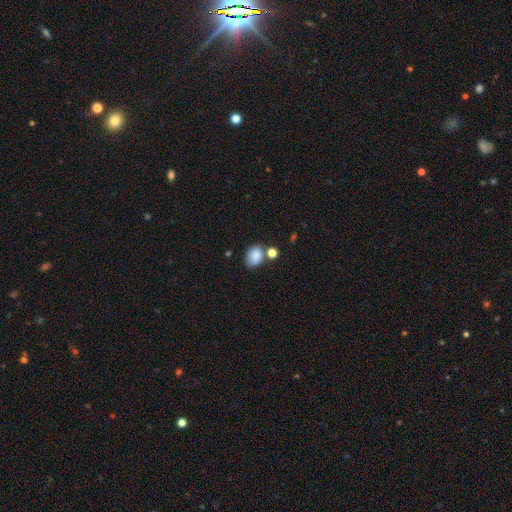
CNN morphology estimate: type=smooth (84%); roundness=in between (58%); merging=none (61%).